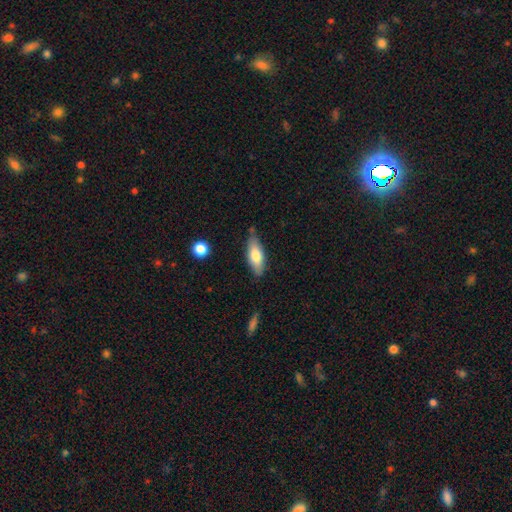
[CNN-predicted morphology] type=smooth (70%); roundness=in between (65%); merging=none (75%).